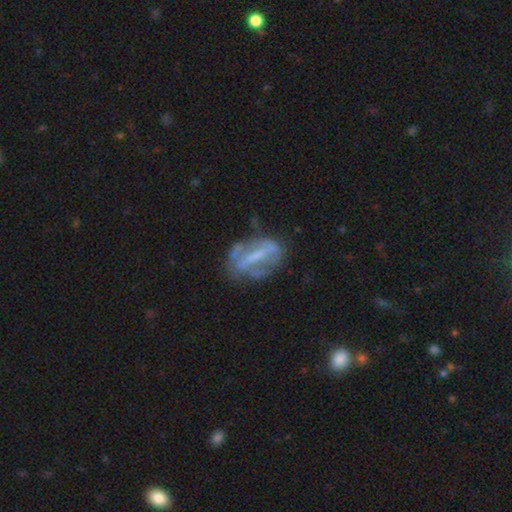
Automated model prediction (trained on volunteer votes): featured or disk 68%, smooth 22%, star or artifact 10%. Down the decision tree: edge-on disk — no (87%); bar — strong (62%); spiral arms — no (59%); bulge size — none (40%); merging — none (58%).